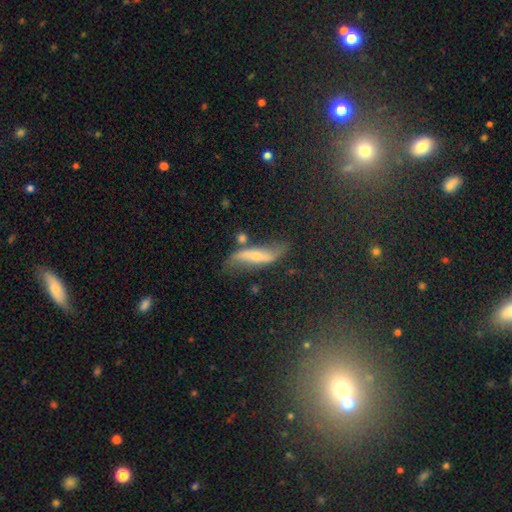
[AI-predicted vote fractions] smooth_or_featured: featured or disk (p=0.56) [alt: smooth p=0.24]
disk_edge_on: yes (p=0.51) [alt: no p=0.49]
merging: none (p=0.67) [alt: minor disturbance p=0.16]